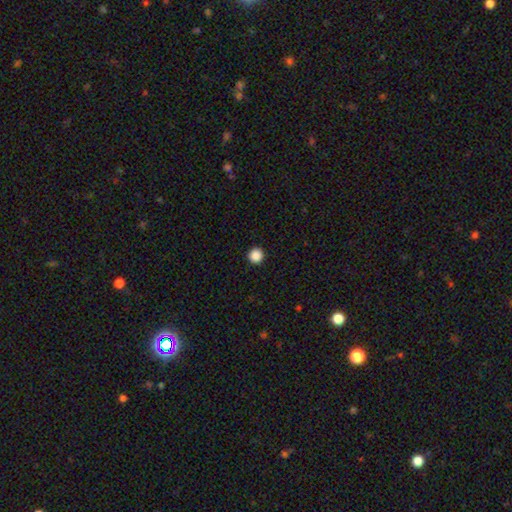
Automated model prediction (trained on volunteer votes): A smooth galaxy with no disk features (88%) that is round (96%).

Vote fractions:
- Smooth or featured? smooth: 88% / star or artifact: 9% / featured or disk: 2%
- How rounded? round: 96% / in between: 3% / cigar-shaped: 1%
- Merging? none: 94% / minor disturbance: 4% / major disturbance: 1% / merger: 1%